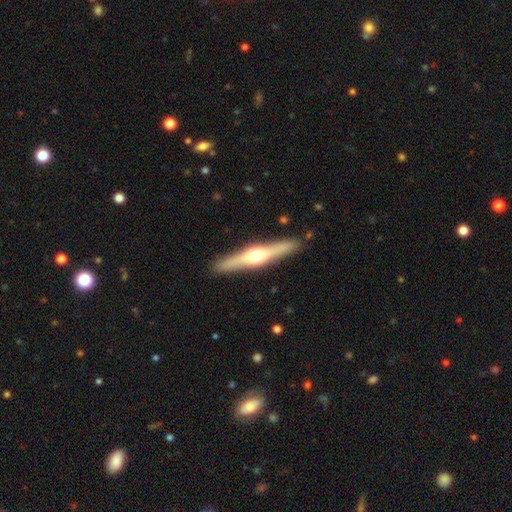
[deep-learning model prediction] smooth-or-featured: featured or disk: 68% | smooth: 27% | star or artifact: 5%
  disk-edge-on: yes: 96% | no: 4%
    edge-on-bulge: rounded: 93% | boxy: 4% | none: 3%
  merging: none: 89% | minor disturbance: 8% | major disturbance: 2% | merger: 1%